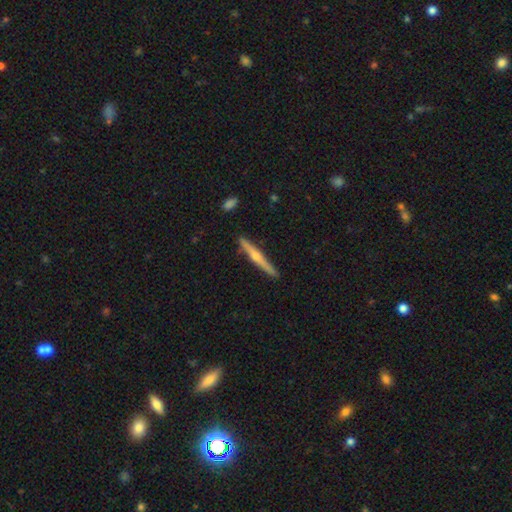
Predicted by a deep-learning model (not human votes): Smooth or featured? Predicted: featured or disk (p=0.71). Edge-on disk? Predicted: yes (p=0.97). Edge-on bulge? Predicted: rounded (p=0.87). Merging? Predicted: none (p=0.90).